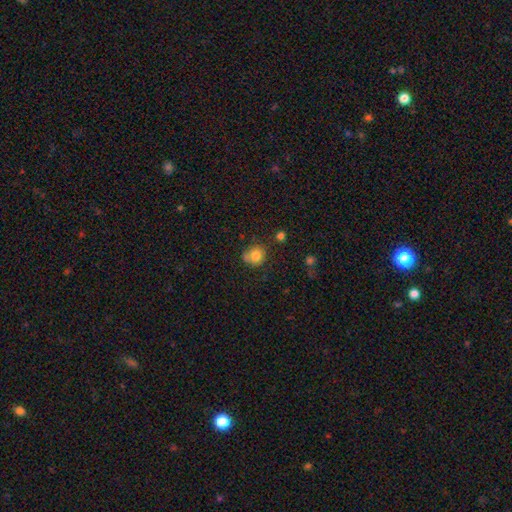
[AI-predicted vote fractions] Smooth or featured?
  - smooth: 79% *
  - star or artifact: 11%
  - featured or disk: 10%
How rounded?
  - round: 76% *
  - in between: 23%
  - cigar-shaped: 1%
Merging?
  - none: 59% *
  - minor disturbance: 24%
  - merger: 9%
  - major disturbance: 8%